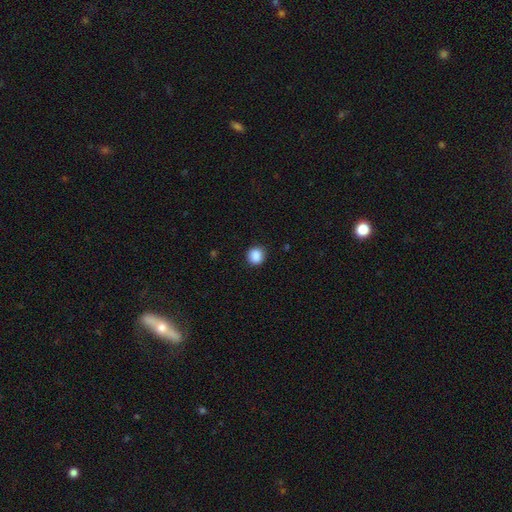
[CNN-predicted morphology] Overall: smooth (88%). How rounded: round (88%). Merging: none (89%).